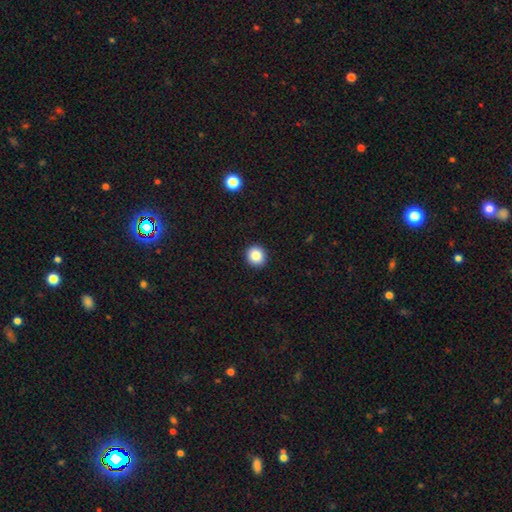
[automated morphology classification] Smooth or featured? Predicted: smooth (p=0.87). How rounded? Predicted: round (p=0.87). Merging? Predicted: none (p=0.92).